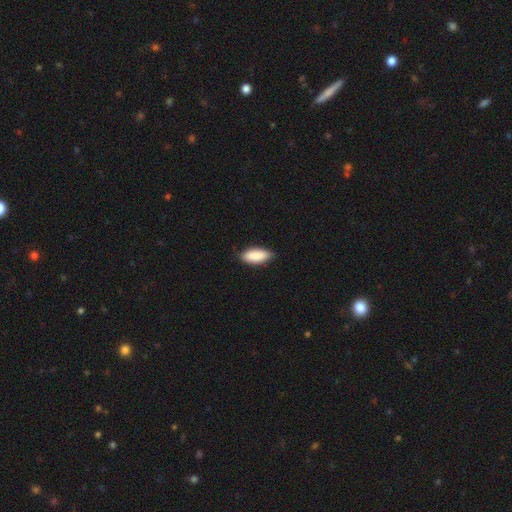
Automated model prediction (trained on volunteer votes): A smooth galaxy with no disk features (89%) that is in between round and cigar-shaped (85%).

Vote fractions:
- Smooth or featured? smooth: 89% / star or artifact: 6% / featured or disk: 5%
- How rounded? in between: 85% / cigar-shaped: 13% / round: 2%
- Merging? none: 82% / minor disturbance: 15% / major disturbance: 2% / merger: 1%